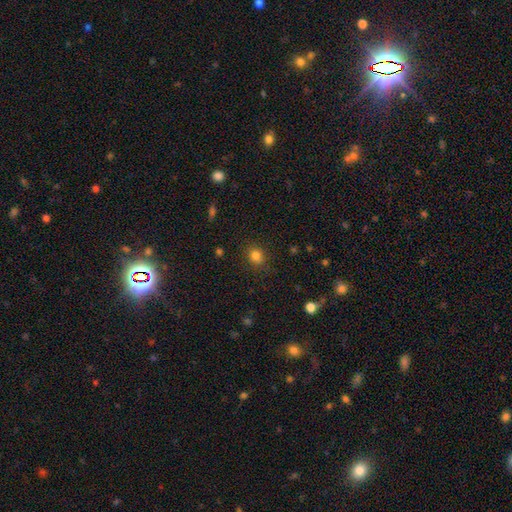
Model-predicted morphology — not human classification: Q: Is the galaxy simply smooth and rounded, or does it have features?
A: smooth — 82%.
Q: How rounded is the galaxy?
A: round — 71%.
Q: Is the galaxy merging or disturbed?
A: none — 87%.